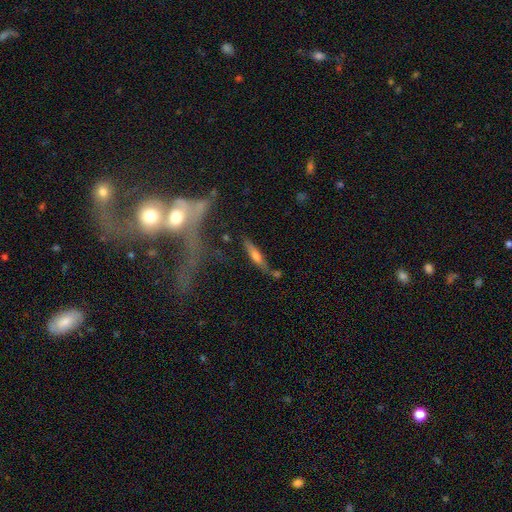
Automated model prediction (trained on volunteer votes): This appears to be a featured or disk galaxy (57%) viewed edge-on (88%). Merging: none (66%).